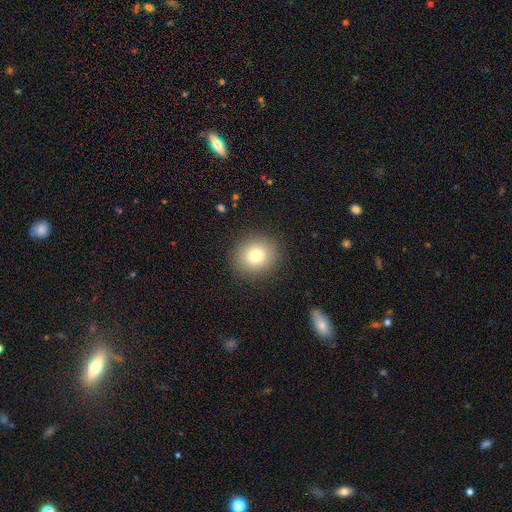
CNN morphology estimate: Smooth or featured?
  - smooth: 79% *
  - star or artifact: 12%
  - featured or disk: 9%
How rounded?
  - round: 86% *
  - in between: 13%
  - cigar-shaped: 1%
Merging?
  - none: 90% *
  - minor disturbance: 6%
  - major disturbance: 3%
  - merger: 1%